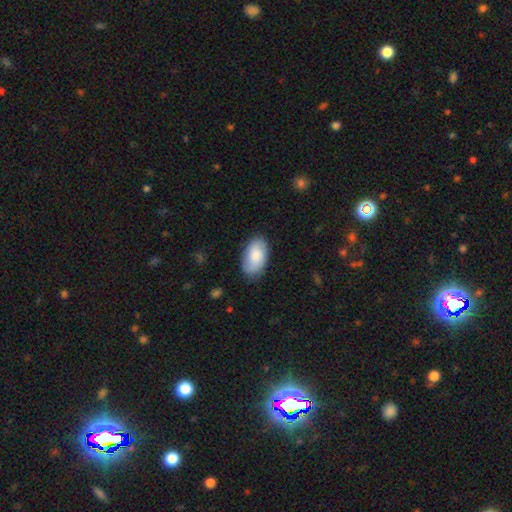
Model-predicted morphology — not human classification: smooth 73%, featured or disk 21%, star or artifact 6%. Down the decision tree: how rounded — in between (95%); merging — none (80%).